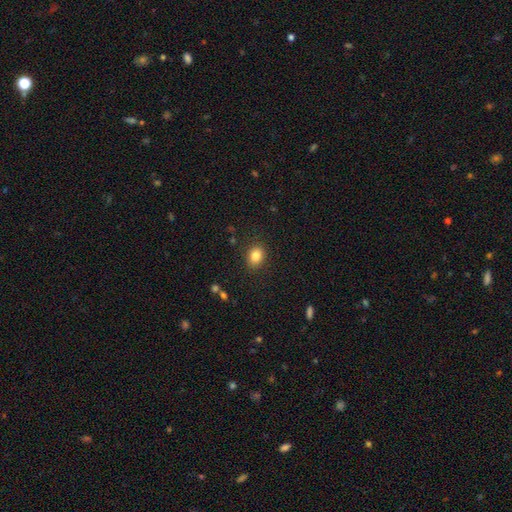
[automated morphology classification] type=smooth (83%); roundness=in between (56%); merging=none (87%).